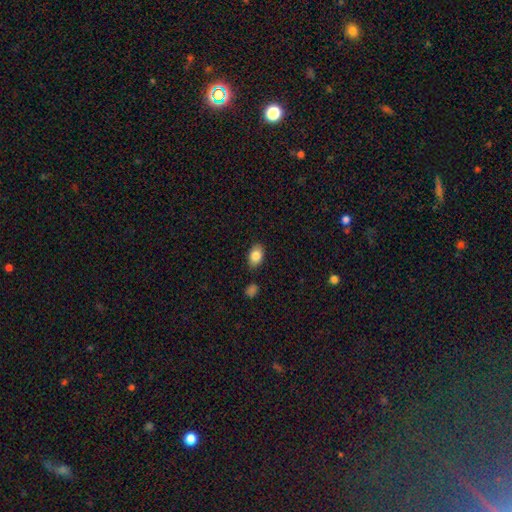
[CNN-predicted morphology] Smooth or featured? Predicted: smooth (p=0.85). How rounded? Predicted: in between (p=0.86). Merging? Predicted: none (p=0.79).